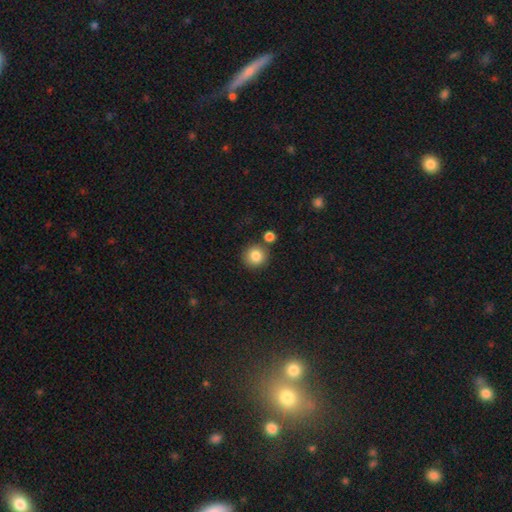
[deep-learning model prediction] Smooth or featured? Predicted: smooth (p=0.84). How rounded? Predicted: round (p=0.93). Merging? Predicted: none (p=0.80).